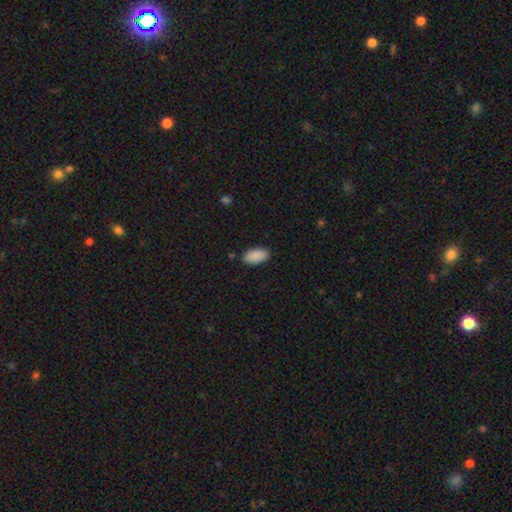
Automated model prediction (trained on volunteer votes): Smooth or featured? Predicted: smooth (p=0.90). How rounded? Predicted: in between (p=0.94). Merging? Predicted: none (p=0.87).